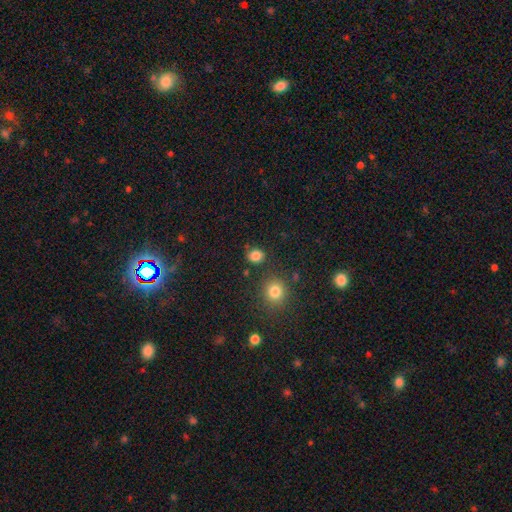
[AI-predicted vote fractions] Morphology: type=smooth (84%); roundness=round (70%); merging=none (81%).